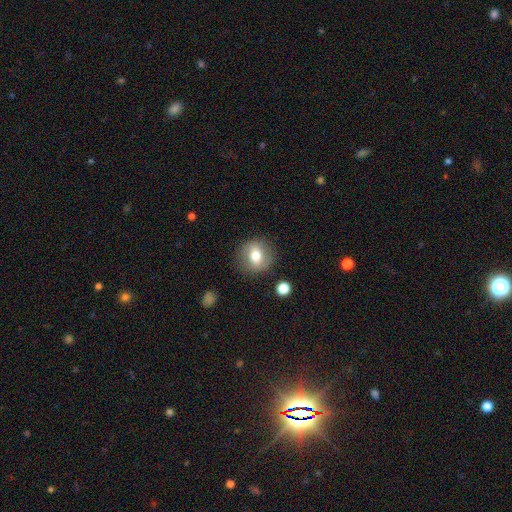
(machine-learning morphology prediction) The model was most divided on "smooth or featured": smooth: 66%, featured or disk: 25%, star or artifact: 9%. More confident: merging — none (84%); how rounded — round (76%).